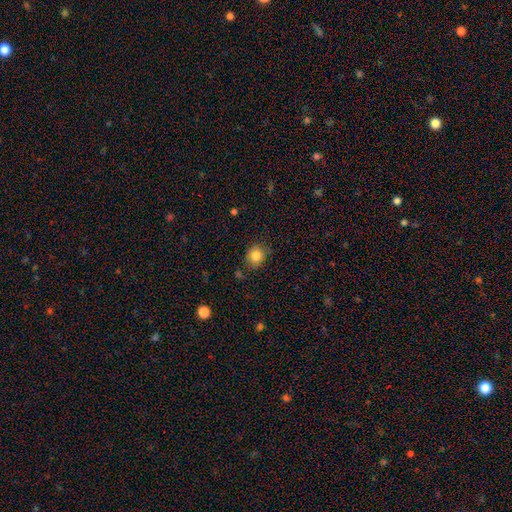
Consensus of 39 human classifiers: A smooth galaxy with no disk features (90%) that is round (83%).

Vote fractions:
- Smooth or featured? smooth: 90% / featured or disk: 5% / star or artifact: 5%
- How rounded? round: 83% / in between: 17% / cigar-shaped: 0%
- Merging? none: 86% / minor disturbance: 14% / major disturbance: 0% / merger: 0%